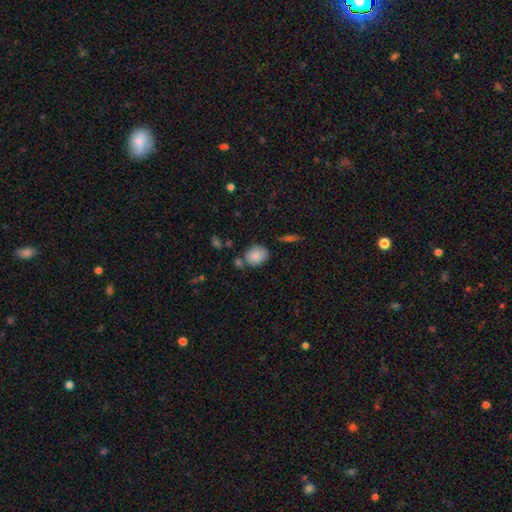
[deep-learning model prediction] The model was most divided on "how rounded": round: 58%, in between: 41%, cigar-shaped: 1%. More confident: smooth or featured — smooth (86%); merging — none (68%).